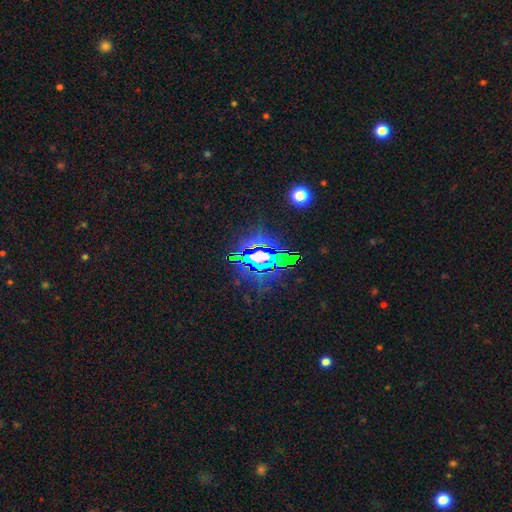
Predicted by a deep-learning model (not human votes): Smooth or featured: star or artifact — 80% (smooth — 11%)